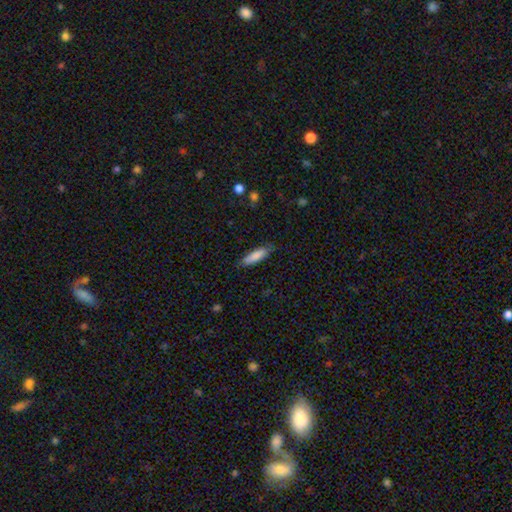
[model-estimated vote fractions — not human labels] Smooth or featured? Predicted: smooth (p=0.85). How rounded? Predicted: cigar-shaped (p=0.61). Merging? Predicted: none (p=0.83).